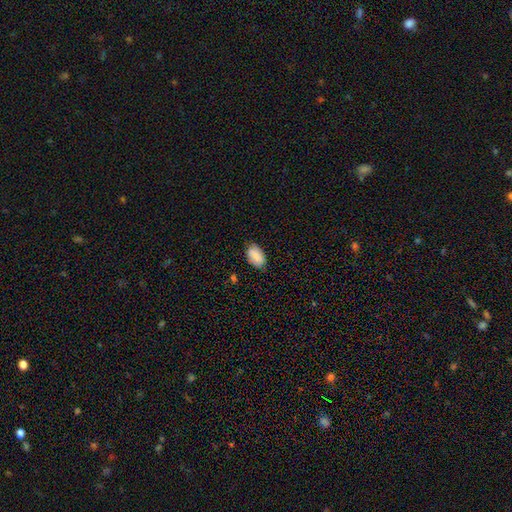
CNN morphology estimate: Smooth or featured? smooth (83%)
How rounded? in between (92%)
Merging? none (75%)